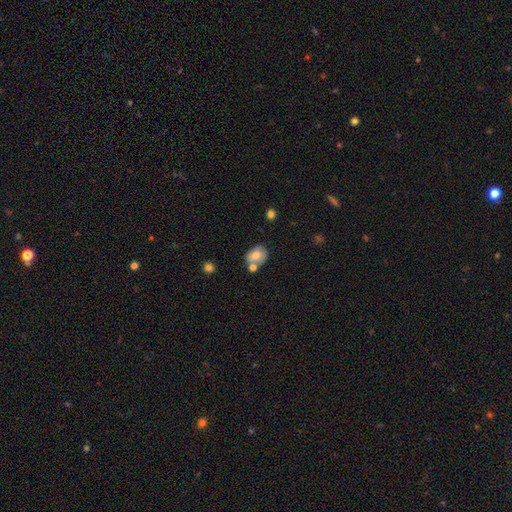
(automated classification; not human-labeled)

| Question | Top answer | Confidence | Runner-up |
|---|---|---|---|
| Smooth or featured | smooth | 71% | featured or disk (20%) |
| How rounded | in between | 62% | round (37%) |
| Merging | none | 48% | merger (26%) |